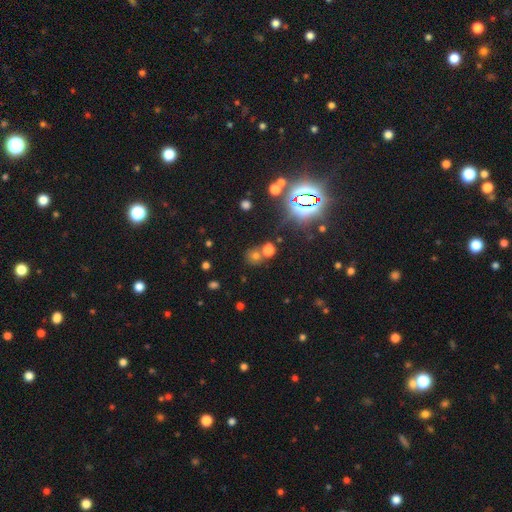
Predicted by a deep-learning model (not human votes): A star or artifact, not a galaxy (76%).

Vote fractions:
- Smooth or featured? star or artifact: 76% / smooth: 16% / featured or disk: 8%